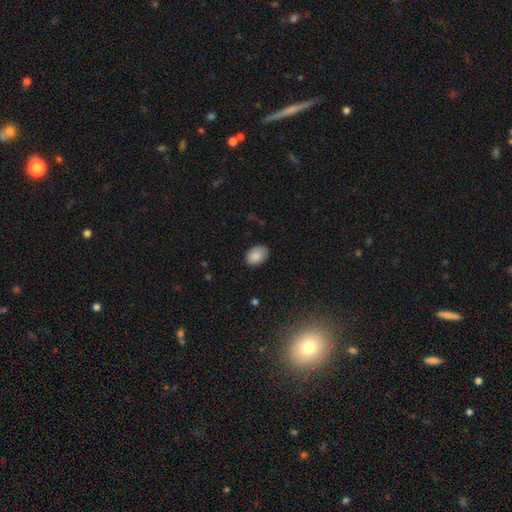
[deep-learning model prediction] Morphology: type=smooth (88%); roundness=in between (83%); merging=none (84%).